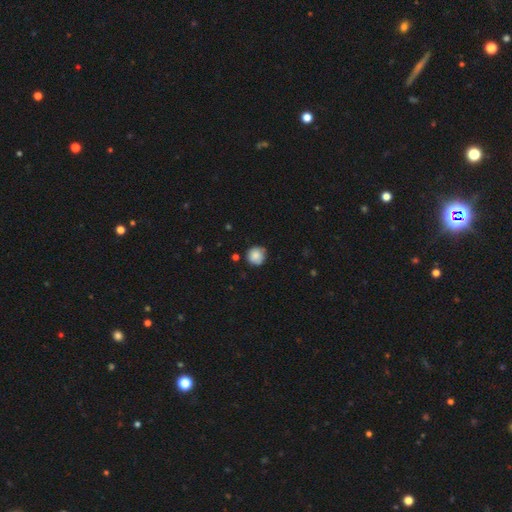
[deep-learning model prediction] Overall: smooth (85%). How rounded: round (94%). Merging: none (79%).